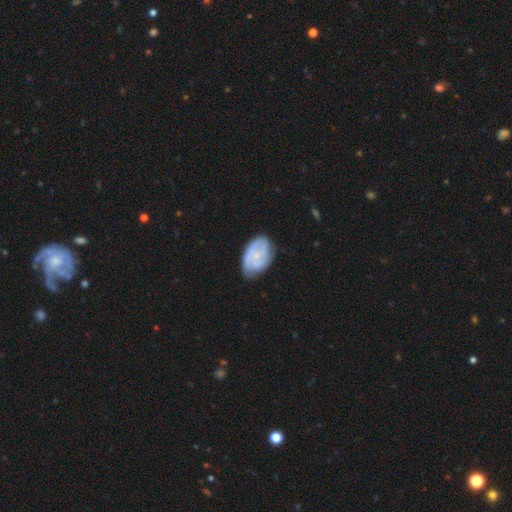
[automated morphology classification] Smooth or featured? featured or disk (65%)
Edge-on disk? no (97%)
Bar? no (73%)
Spiral arms? yes (86%)
Spiral winding? tight (58%)
Spiral arm count? can't tell (37%)
Bulge size? small (69%)
Merging? none (66%)